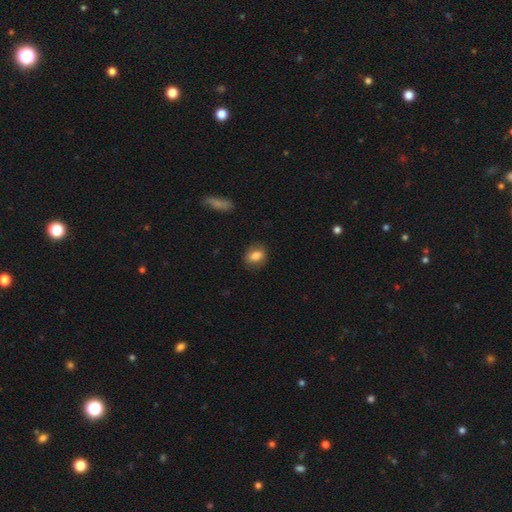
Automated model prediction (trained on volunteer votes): smooth_or_featured: smooth (p=0.79) [alt: featured or disk p=0.13]
how_rounded: in between (p=0.62) [alt: round p=0.36]
merging: none (p=0.82) [alt: minor disturbance p=0.13]